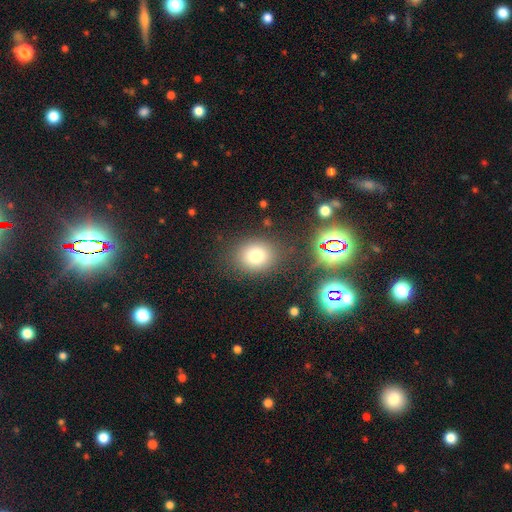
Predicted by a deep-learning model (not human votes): Smooth or featured?
  - smooth: 76% *
  - star or artifact: 15%
  - featured or disk: 9%
How rounded?
  - round: 57% *
  - in between: 42%
  - cigar-shaped: 1%
Merging?
  - none: 83% *
  - minor disturbance: 11%
  - major disturbance: 4%
  - merger: 3%